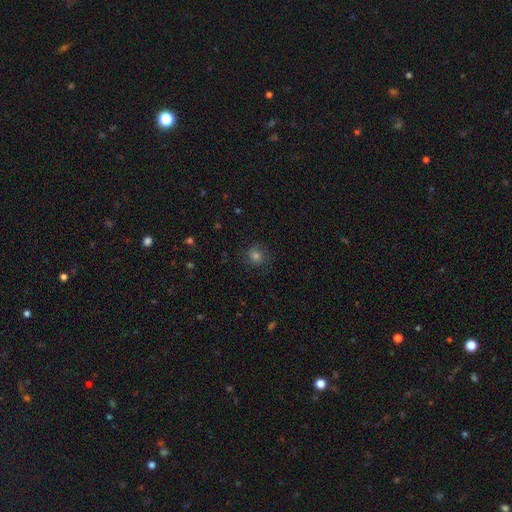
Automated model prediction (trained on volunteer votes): Smooth or featured? smooth (56%)
How rounded? round (86%)
Merging? none (80%)